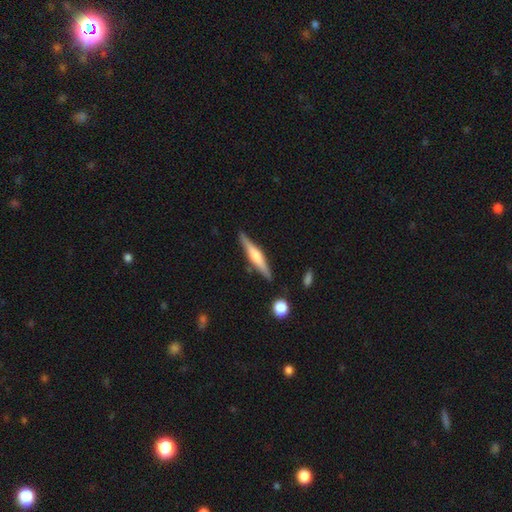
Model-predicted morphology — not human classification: Smooth or featured: featured or disk — 62% (smooth — 32%)
Edge-on disk: yes — 97% (no — 3%)
Edge-on bulge: rounded — 74% (boxy — 18%)
Merging: none — 86% (minor disturbance — 9%)